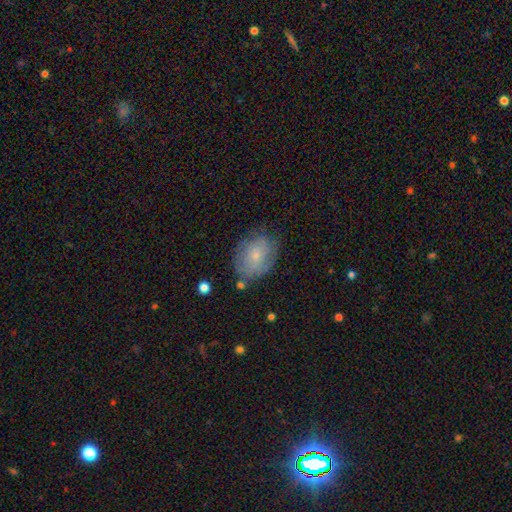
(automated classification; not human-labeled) This is possibly a smooth galaxy (49%). Merging: likely none (66%).